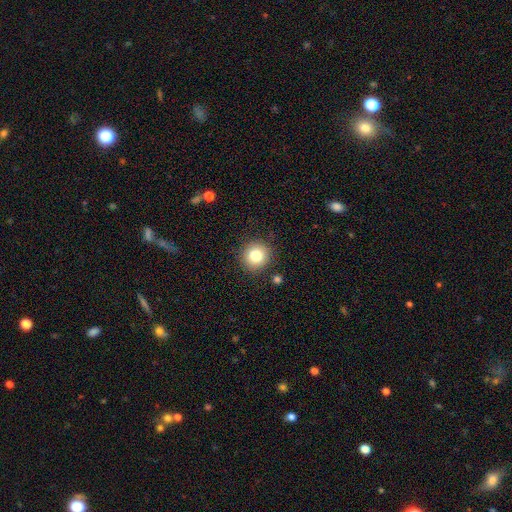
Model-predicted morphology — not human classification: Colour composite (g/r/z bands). It shows a smooth galaxy with no disk features (82%) that is round (92%). Merging: none (88%).